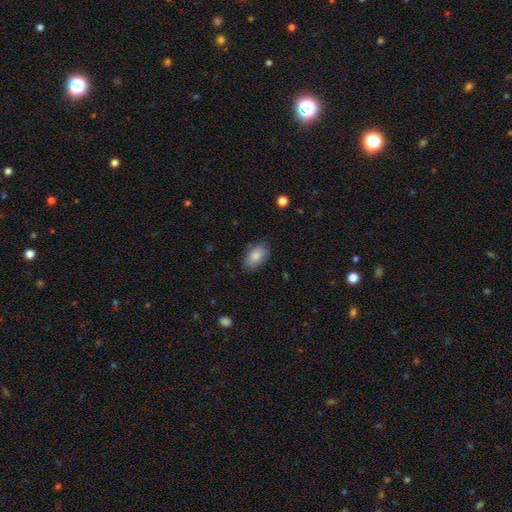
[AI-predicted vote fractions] smooth_or_featured: smooth (p=0.84) [alt: featured or disk p=0.09]
how_rounded: in between (p=0.91) [alt: round p=0.07]
merging: none (p=0.79) [alt: minor disturbance p=0.16]